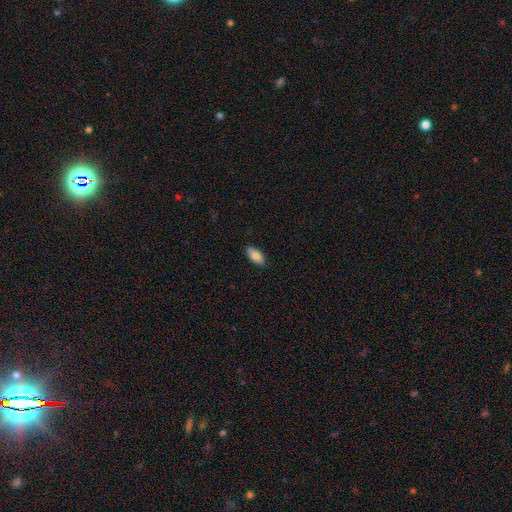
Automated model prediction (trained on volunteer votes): The model was most divided on "smooth or featured": smooth: 83%, featured or disk: 11%, star or artifact: 7%. More confident: how rounded — in between (90%); merging — none (87%).